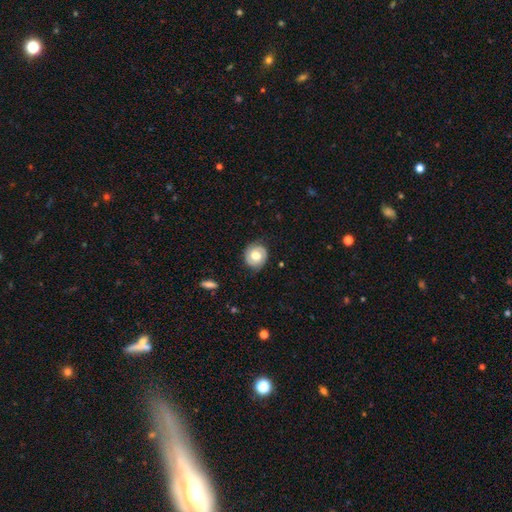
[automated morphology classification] Smooth or featured? featured or disk (51%)
Edge-on disk? no (97%)
Merging? none (79%)